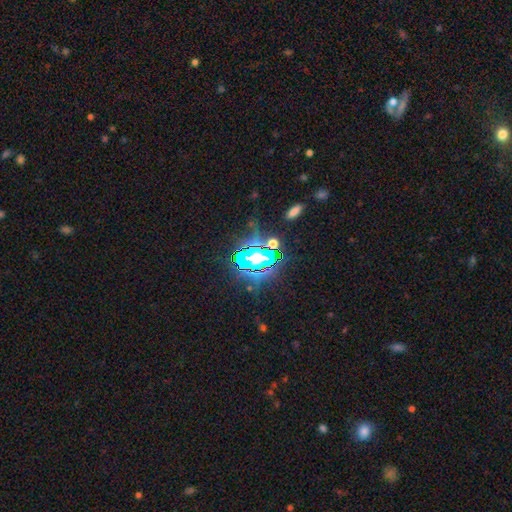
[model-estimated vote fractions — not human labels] This appears to be a star or artifact, not a galaxy (82%).